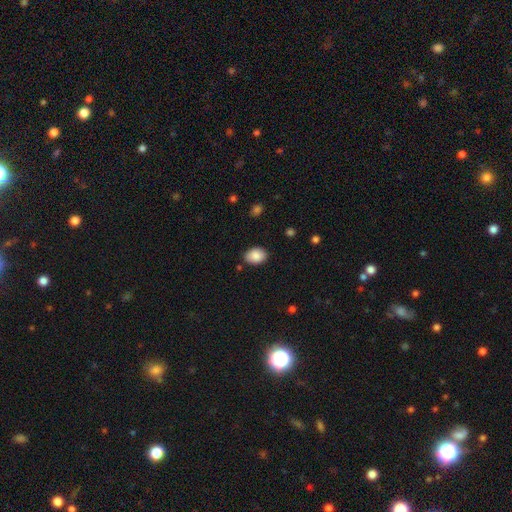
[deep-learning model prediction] Smooth or featured?
  - smooth: 88% *
  - star or artifact: 7%
  - featured or disk: 4%
How rounded?
  - in between: 78% *
  - round: 21%
  - cigar-shaped: 1%
Merging?
  - none: 84% *
  - minor disturbance: 12%
  - major disturbance: 3%
  - merger: 2%